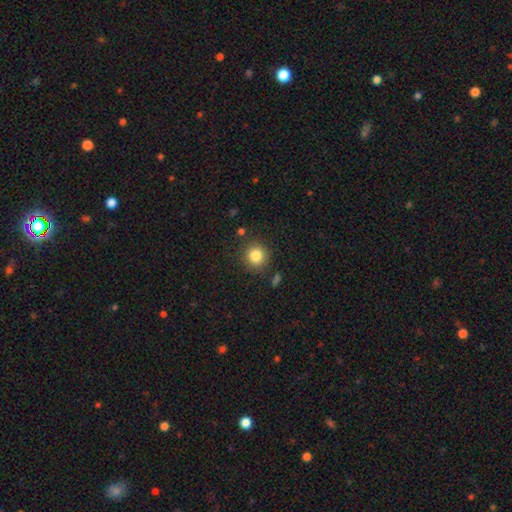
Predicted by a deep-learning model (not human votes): The model was most divided on "smooth or featured": smooth: 84%, star or artifact: 10%, featured or disk: 6%. More confident: how rounded — round (91%); merging — none (85%).